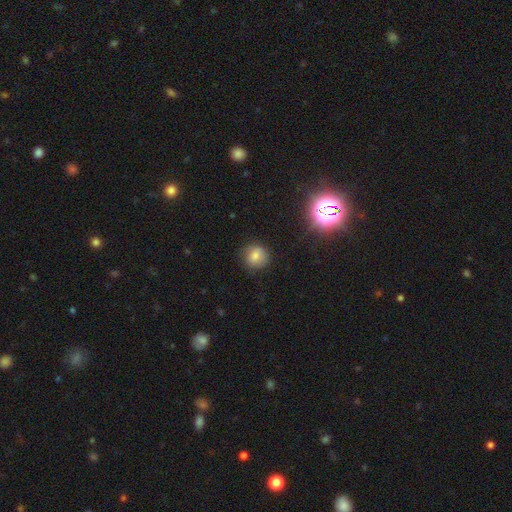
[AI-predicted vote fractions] Q: Smooth or featured?
A: smooth (77%); runner-up: star or artifact (14%)
Q: How rounded?
A: round (85%); runner-up: in between (14%)
Q: Merging?
A: none (79%); runner-up: minor disturbance (15%)